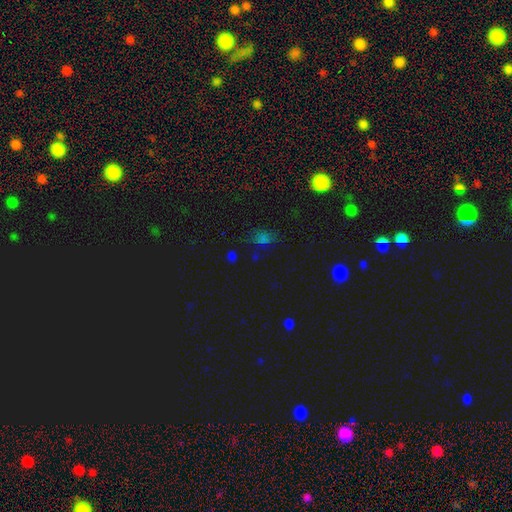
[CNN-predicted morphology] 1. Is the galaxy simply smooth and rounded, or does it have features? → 53% smooth, 39% star or artifact, 7% featured or disk.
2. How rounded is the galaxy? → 67% in between, 29% round, 4% cigar-shaped.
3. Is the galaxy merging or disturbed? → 63% none, 23% minor disturbance, 10% major disturbance, 4% merger.